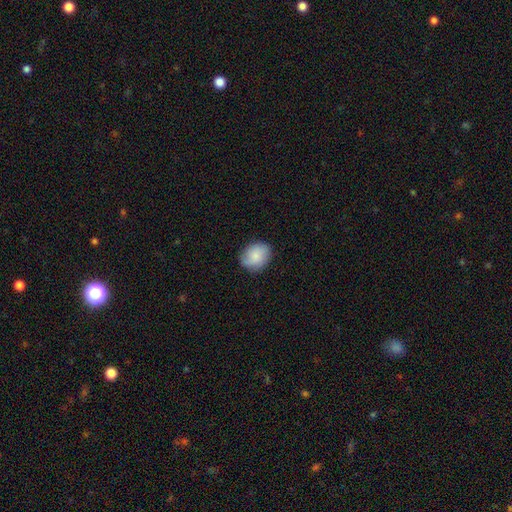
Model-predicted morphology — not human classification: The model was most divided on "how rounded": round: 60%, in between: 39%, cigar-shaped: 1%. More confident: smooth or featured — smooth (79%); merging — none (79%).